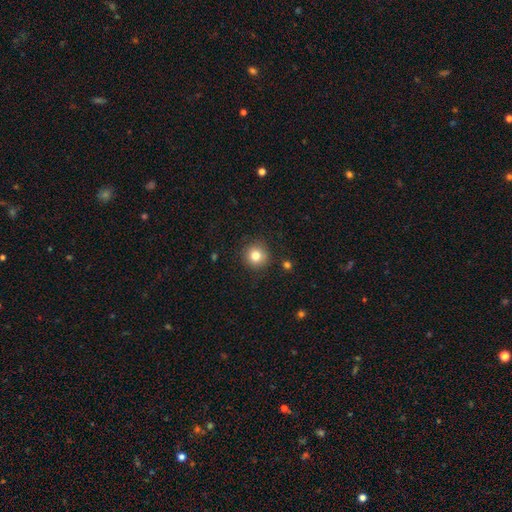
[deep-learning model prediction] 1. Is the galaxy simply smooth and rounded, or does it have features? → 82% smooth, 11% star or artifact, 7% featured or disk.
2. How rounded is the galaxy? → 93% round, 6% in between, 1% cigar-shaped.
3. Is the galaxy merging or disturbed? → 88% none, 8% minor disturbance, 2% major disturbance, 2% merger.